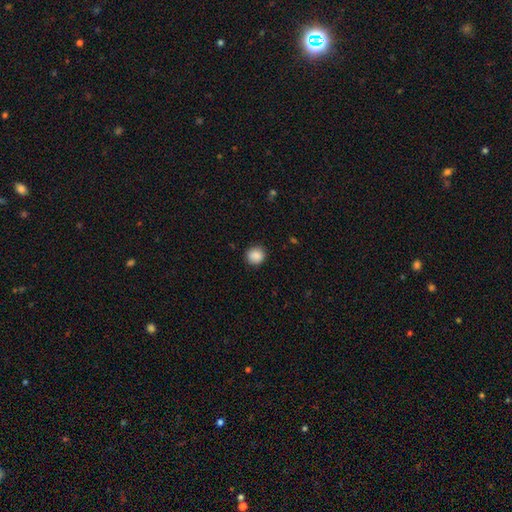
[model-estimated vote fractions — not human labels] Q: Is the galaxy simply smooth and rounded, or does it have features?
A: smooth — 89%.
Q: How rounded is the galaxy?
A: round — 89%.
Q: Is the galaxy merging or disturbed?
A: none — 89%.